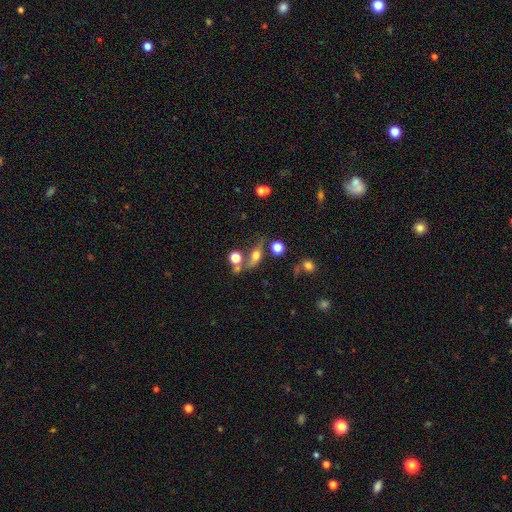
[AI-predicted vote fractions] This appears to be a smooth galaxy with no disk features (46%). Merging: none (57%).